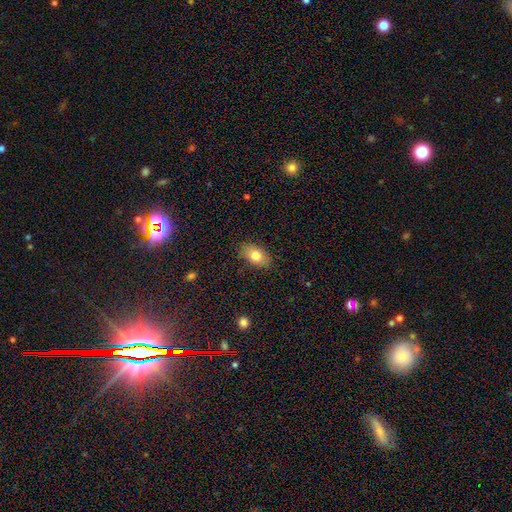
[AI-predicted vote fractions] Morphology: type=smooth (78%); roundness=in between (88%); merging=none (85%).